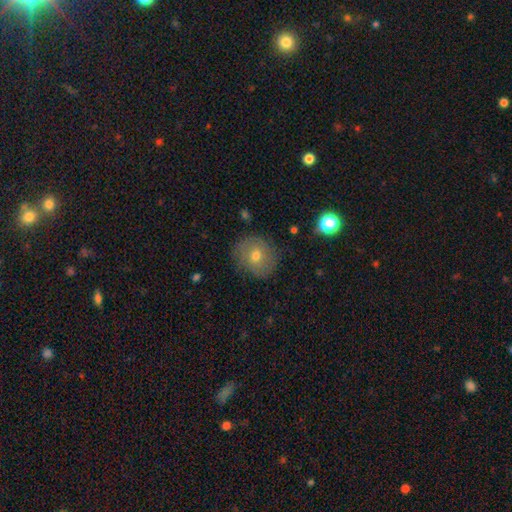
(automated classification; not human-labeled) A smooth galaxy with no disk features (58%) that is round (83%). Merging: none (79%).